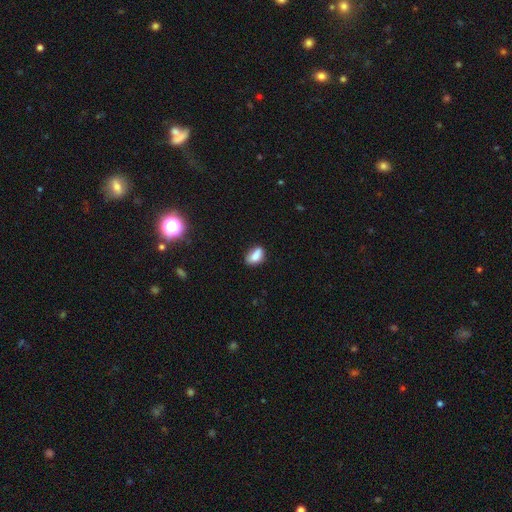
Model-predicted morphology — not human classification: The model was most divided on "merging": none: 59%, minor disturbance: 26%, merger: 9%, major disturbance: 6%. More confident: how rounded — in between (83%); smooth or featured — smooth (79%).